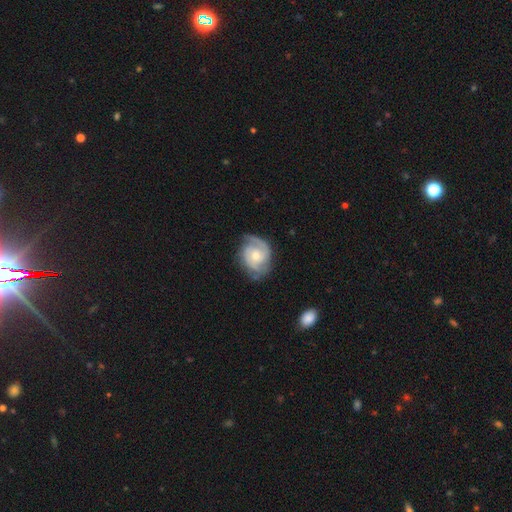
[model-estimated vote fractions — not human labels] This appears to be a featured or disk galaxy (81%) with no bar (68%), 2 (66%) tight (47%) spiral arms (94%) and a moderate central bulge (52%). Merging: none (70%).